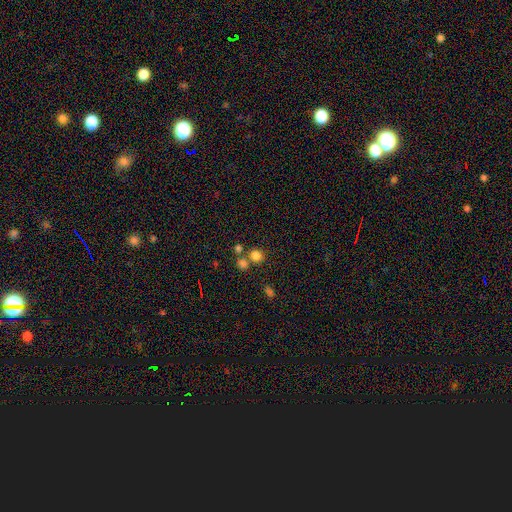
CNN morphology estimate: Overall: smooth (79%). How rounded: round (85%). Merging: none (63%; merger 26%).